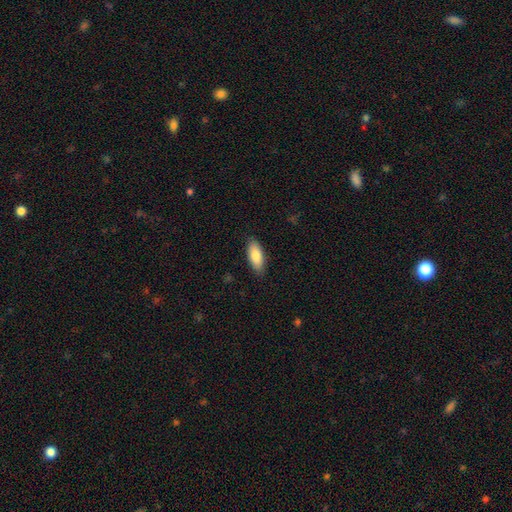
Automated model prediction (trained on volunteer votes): Morphology: type=smooth (87%); roundness=in between (81%); merging=none (86%).